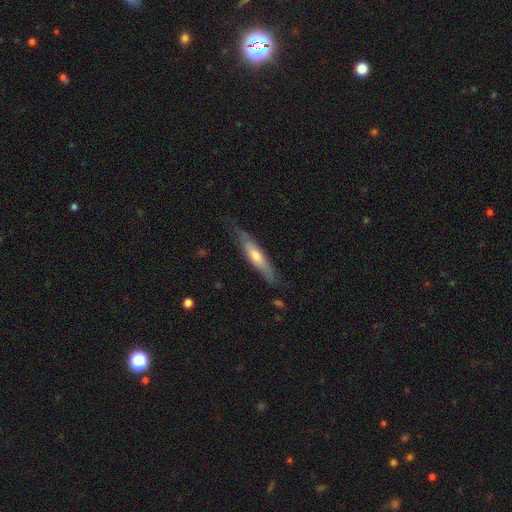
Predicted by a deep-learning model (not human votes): Q: Smooth or featured?
A: smooth (48%); runner-up: featured or disk (46%)
Q: Merging?
A: none (74%); runner-up: minor disturbance (21%)